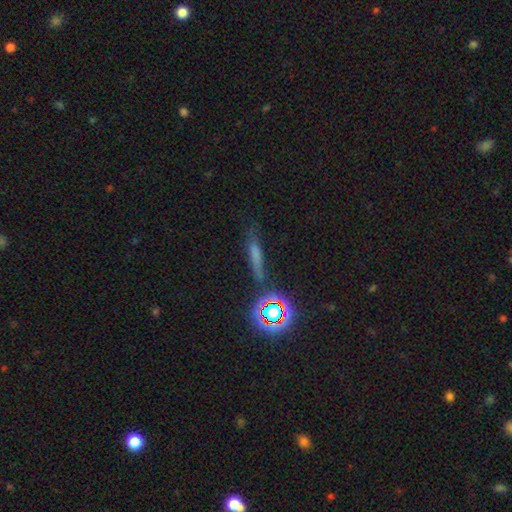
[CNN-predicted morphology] A smooth galaxy with no disk features (52%) that is cigar-shaped (79%).

Vote fractions:
- Smooth or featured? smooth: 52% / star or artifact: 26% / featured or disk: 23%
- How rounded? cigar-shaped: 79% / in between: 13% / round: 8%
- Merging? none: 69% / minor disturbance: 18% / major disturbance: 7% / merger: 5%